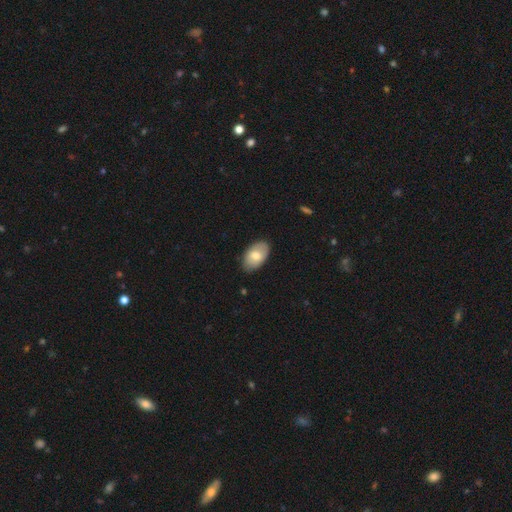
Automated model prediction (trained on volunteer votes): The model was most divided on "smooth or featured": smooth: 72%, featured or disk: 22%, star or artifact: 6%. More confident: how rounded — in between (94%); merging — none (83%).